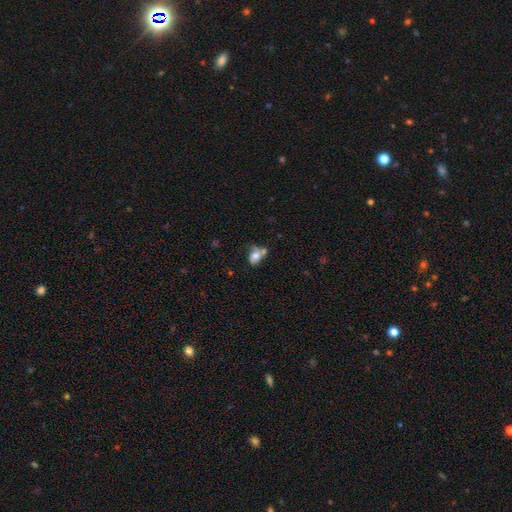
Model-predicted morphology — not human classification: smooth-or-featured: smooth: 70% | featured or disk: 20% | star or artifact: 9%
  how-rounded: in between: 75% | round: 23% | cigar-shaped: 2%
  merging: merger: 40% | none: 29% | minor disturbance: 19% | major disturbance: 12%